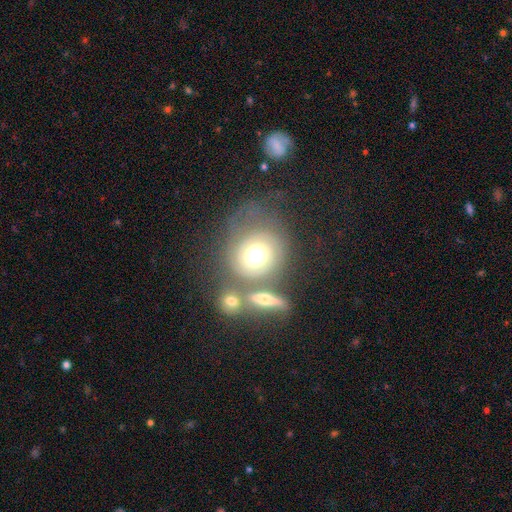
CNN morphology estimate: The model was most divided on "merging": none: 44%, merger: 28%, minor disturbance: 15%, major disturbance: 13%. More confident: edge-on disk — no (94%); bar — no (82%); spiral arms — yes (80%); smooth or featured — featured or disk (67%); spiral winding — tight (67%); spiral arm count — 2 (60%); bulge size — moderate (55%).